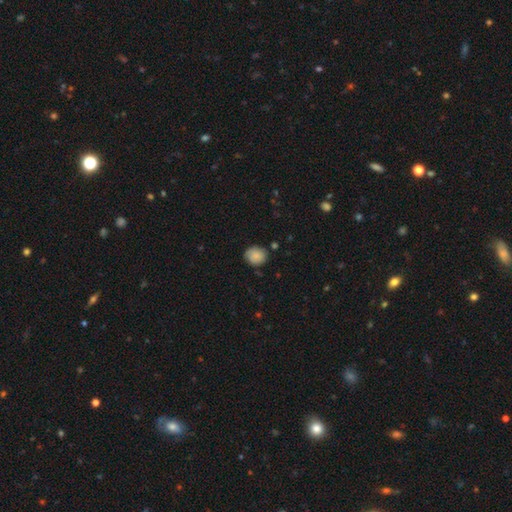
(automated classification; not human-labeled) Smooth or featured? Predicted: smooth (p=0.84). How rounded? Predicted: round (p=0.73). Merging? Predicted: none (p=0.77).